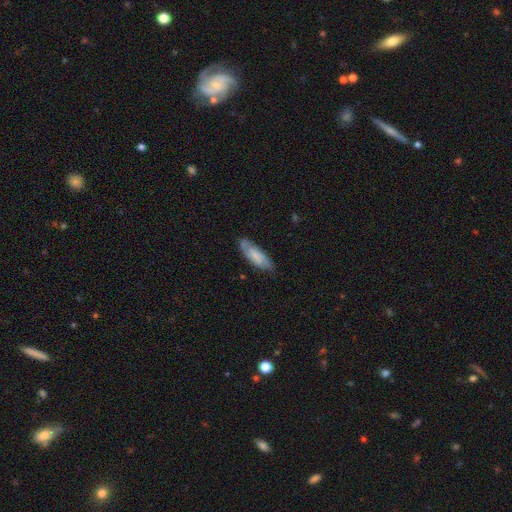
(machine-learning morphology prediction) The model was most divided on "smooth or featured": smooth: 50%, featured or disk: 43%, star or artifact: 7%. More confident: merging — none (73%).